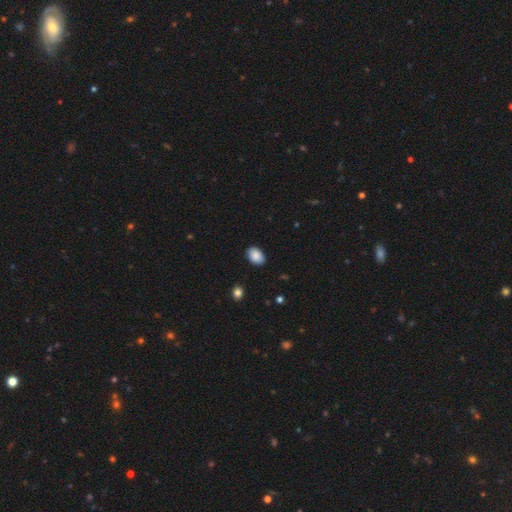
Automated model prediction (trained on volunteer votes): smooth 89%, star or artifact 7%, featured or disk 4%. Down the decision tree: how rounded — in between (83%); merging — none (89%).